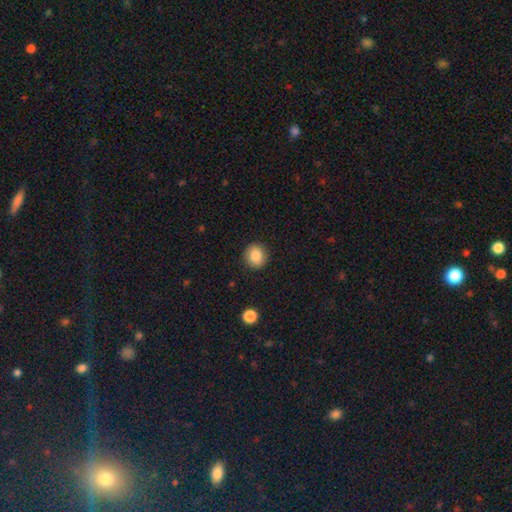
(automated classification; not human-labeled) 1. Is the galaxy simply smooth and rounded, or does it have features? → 85% smooth, 9% star or artifact, 7% featured or disk.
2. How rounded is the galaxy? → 87% round, 12% in between, 1% cigar-shaped.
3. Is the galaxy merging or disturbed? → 90% none, 7% minor disturbance, 2% major disturbance, 1% merger.